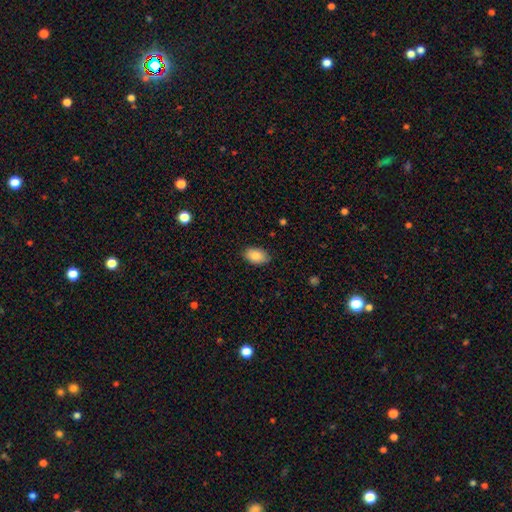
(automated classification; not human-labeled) Smooth or featured? Predicted: smooth (p=0.87). How rounded? Predicted: in between (p=0.91). Merging? Predicted: none (p=0.85).